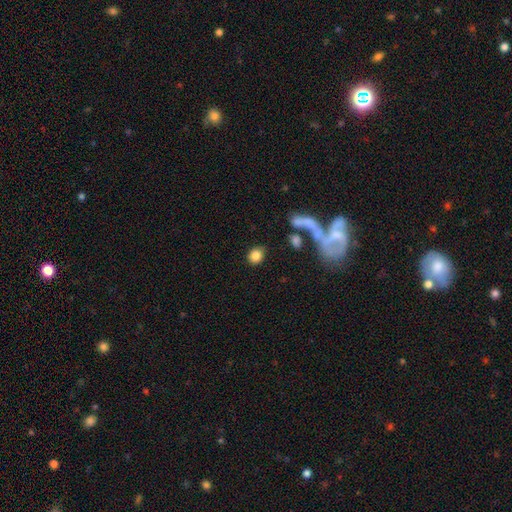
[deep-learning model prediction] smooth_or_featured: smooth (p=0.83) [alt: star or artifact p=0.09]
how_rounded: round (p=0.64) [alt: in between p=0.34]
merging: none (p=0.80) [alt: minor disturbance p=0.09]